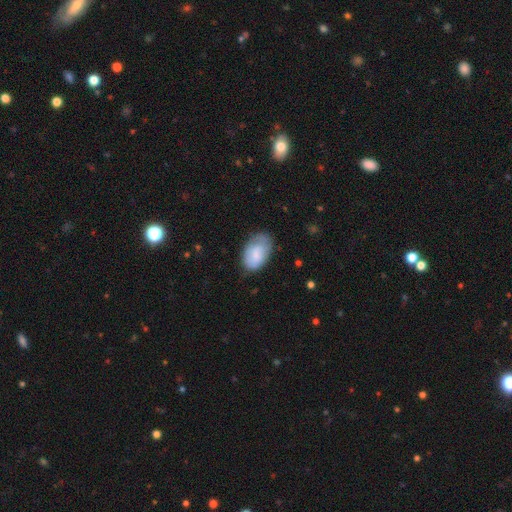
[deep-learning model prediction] Morphology: type=smooth (74%); roundness=in between (92%); merging=none (61%).